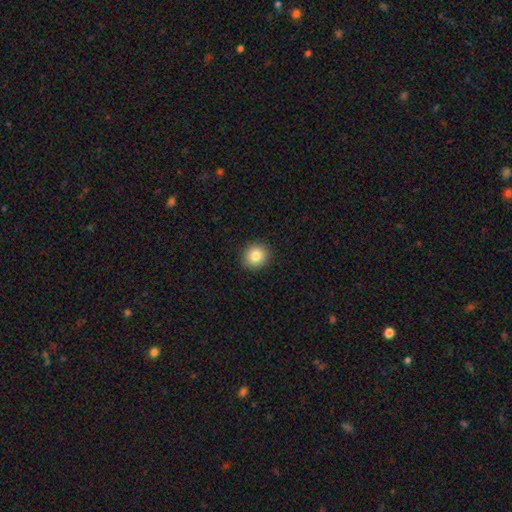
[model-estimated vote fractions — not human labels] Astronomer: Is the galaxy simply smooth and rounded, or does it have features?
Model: smooth — 84%.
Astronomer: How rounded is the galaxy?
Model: round — 87%.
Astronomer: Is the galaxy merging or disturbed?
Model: none — 92%.